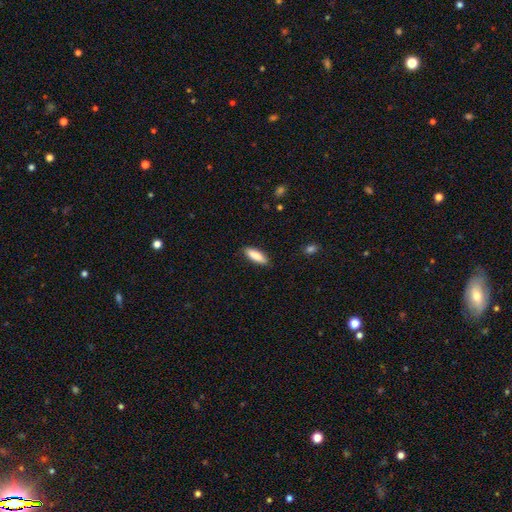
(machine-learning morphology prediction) Smooth or featured? smooth (85%)
How rounded? in between (50%)
Merging? none (87%)